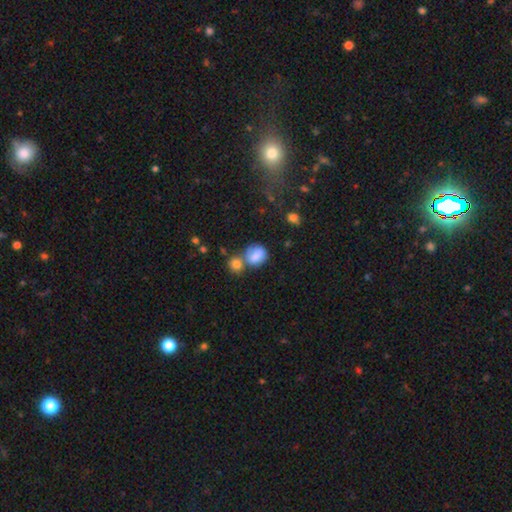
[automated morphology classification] Smooth or featured?
  - smooth: 79% *
  - featured or disk: 11%
  - star or artifact: 9%
How rounded?
  - round: 55% *
  - in between: 43%
  - cigar-shaped: 1%
Merging?
  - merger: 43% *
  - none: 35%
  - minor disturbance: 15%
  - major disturbance: 6%